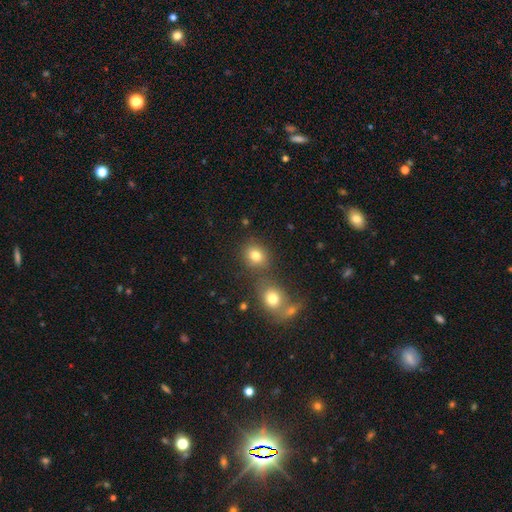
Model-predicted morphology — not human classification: A smooth galaxy with no disk features (78%) that is round (66%). Merging: none (63%).